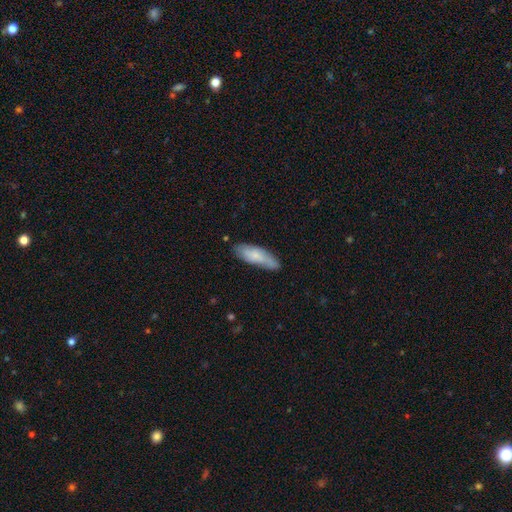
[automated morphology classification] Overall: smooth (73%). How rounded: in between (50%; cigar-shaped 48%). Merging: none (68%).